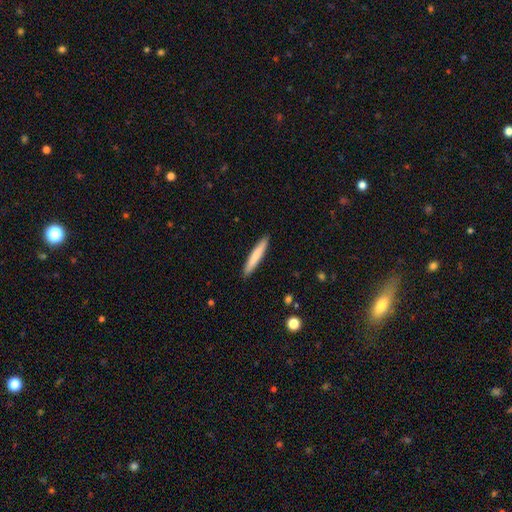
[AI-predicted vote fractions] Smooth or featured? smooth (79%)
How rounded? cigar-shaped (94%)
Merging? none (91%)